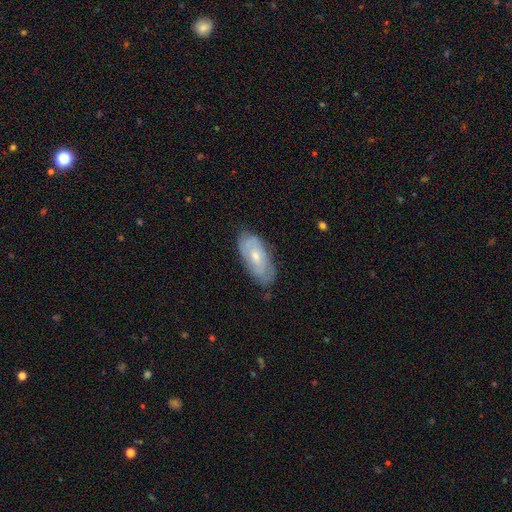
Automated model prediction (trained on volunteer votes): A featured or disk galaxy (50%). Merging: none (72%).